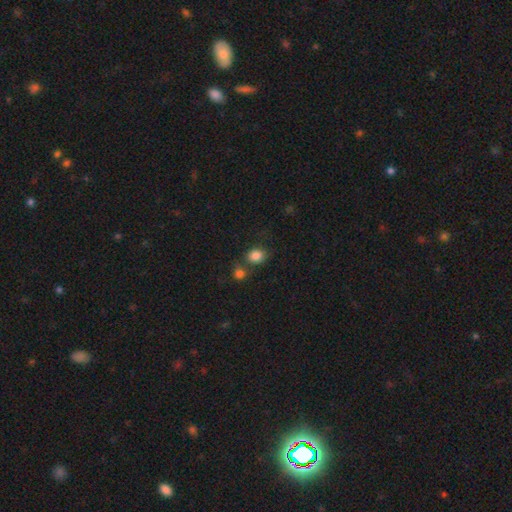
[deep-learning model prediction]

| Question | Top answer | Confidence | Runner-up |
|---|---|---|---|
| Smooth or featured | smooth | 84% | star or artifact (11%) |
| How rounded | round | 52% | in between (47%) |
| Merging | none | 58% | merger (25%) |